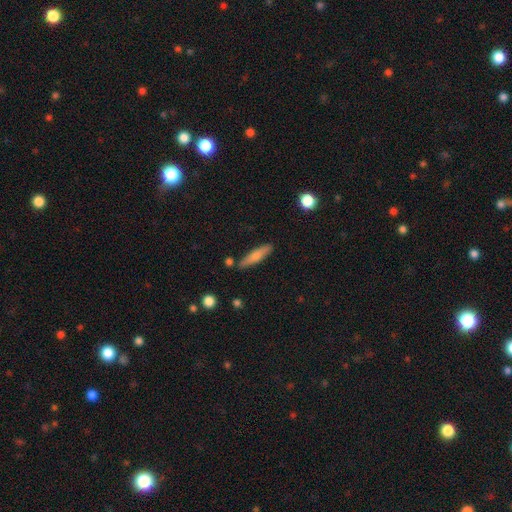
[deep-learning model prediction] Smooth or featured? Predicted: smooth (p=0.66). How rounded? Predicted: cigar-shaped (p=0.81). Merging? Predicted: none (p=0.82).